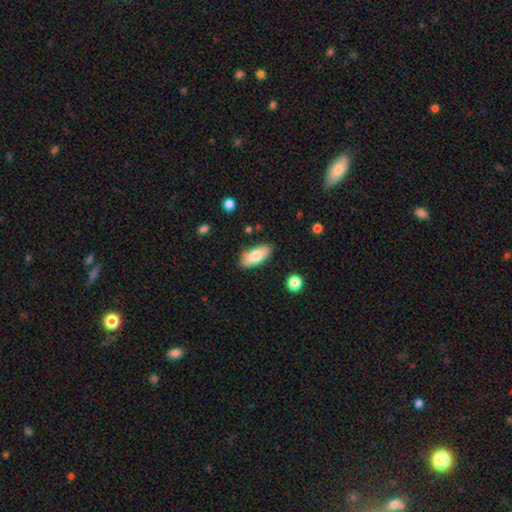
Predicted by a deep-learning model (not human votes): This appears to be a smooth galaxy with no disk features (80%) that is in between round and cigar-shaped (84%). Merging: none (85%).